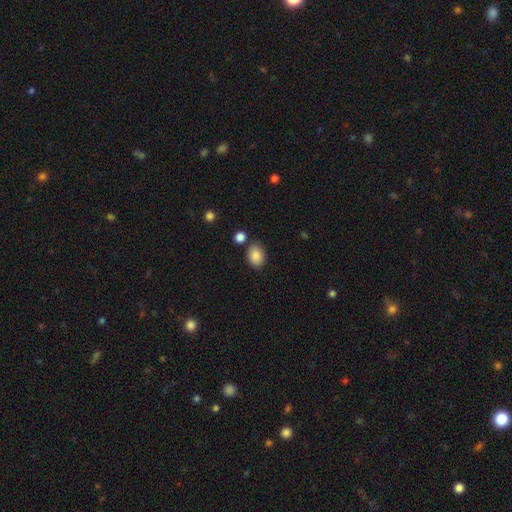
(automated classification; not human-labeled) This is clearly a smooth galaxy (86%). How rounded: likely in between (71%). Merging: likely none (78%).